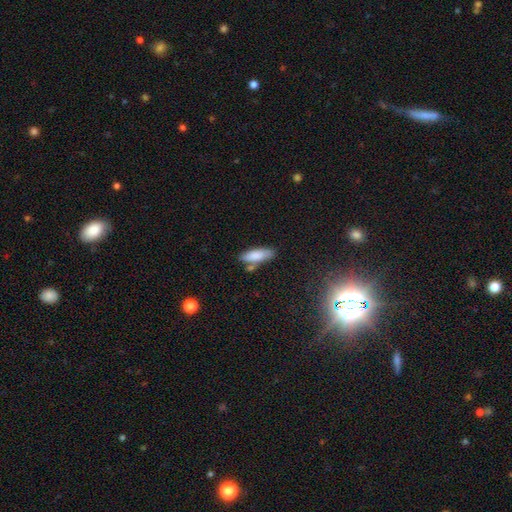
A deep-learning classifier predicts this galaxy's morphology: A smooth galaxy with no disk features (82%) that is in between round and cigar-shaped (54%). Merging: none (63%).